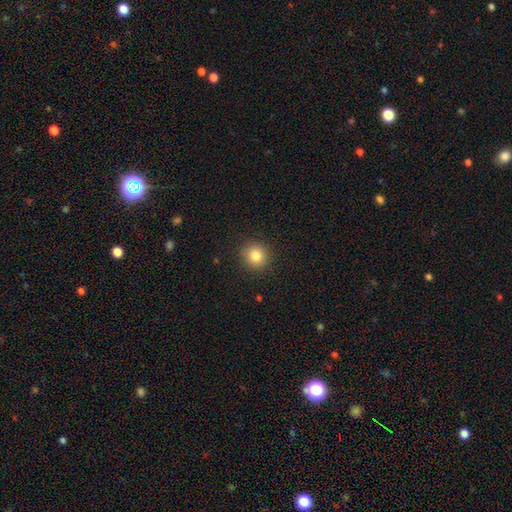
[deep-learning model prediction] Overall: smooth (83%). How rounded: round (89%). Merging: none (90%).